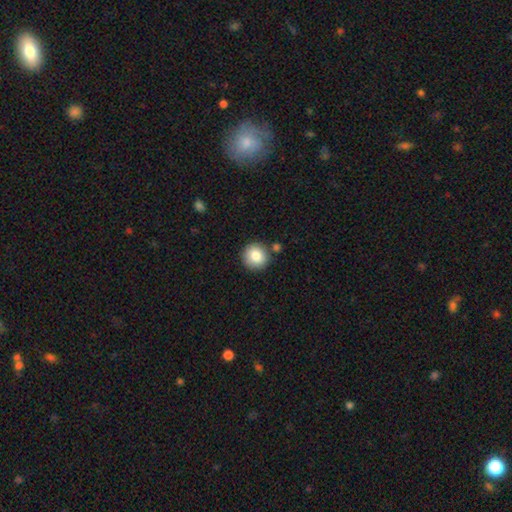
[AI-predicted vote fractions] Q: Smooth or featured?
A: smooth (83%); runner-up: star or artifact (9%)
Q: How rounded?
A: round (93%); runner-up: in between (6%)
Q: Merging?
A: none (82%); runner-up: minor disturbance (9%)